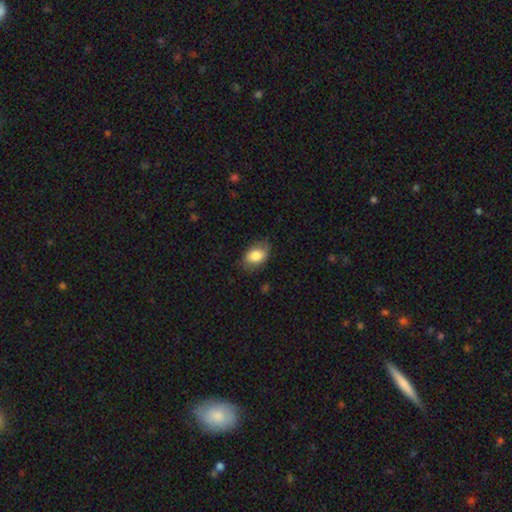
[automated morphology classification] smooth_or_featured: smooth (p=0.80) [alt: featured or disk p=0.13]
how_rounded: in between (p=0.86) [alt: round p=0.13]
merging: none (p=0.73) [alt: minor disturbance p=0.21]